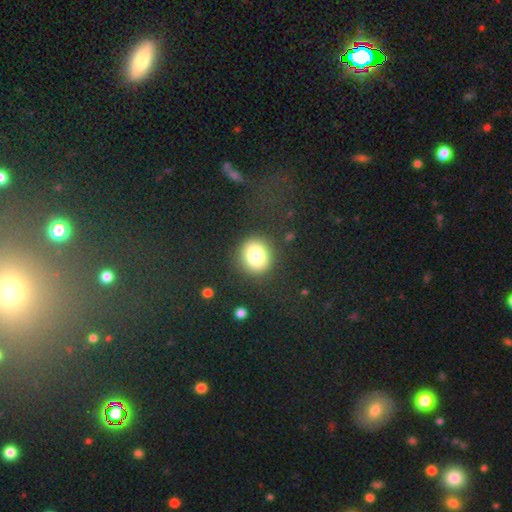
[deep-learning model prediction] smooth 81%, star or artifact 11%, featured or disk 8%. Down the decision tree: how rounded — round (85%); merging — none (87%).